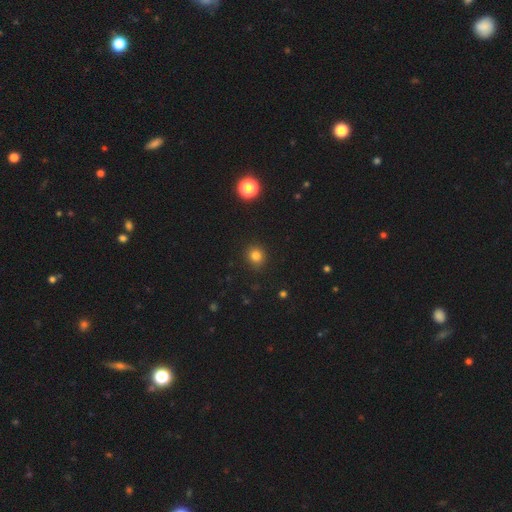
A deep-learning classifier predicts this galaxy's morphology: Overall: smooth (81%). How rounded: round (86%). Merging: none (90%).